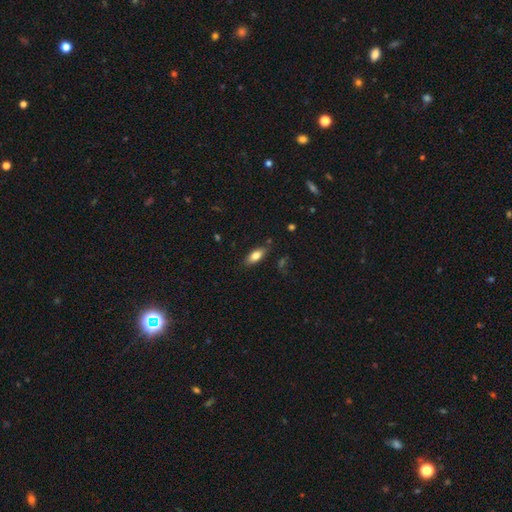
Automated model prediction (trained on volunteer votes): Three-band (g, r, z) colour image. It shows a smooth galaxy with no disk features (76%) that is in between round and cigar-shaped (80%). Merging: none (80%).